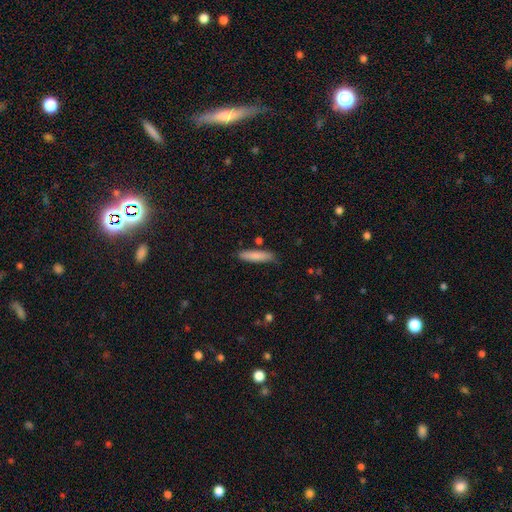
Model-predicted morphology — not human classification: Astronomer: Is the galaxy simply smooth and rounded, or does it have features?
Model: smooth — 83%.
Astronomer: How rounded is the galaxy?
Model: cigar-shaped — 79%.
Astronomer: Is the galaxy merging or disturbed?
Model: none — 83%.